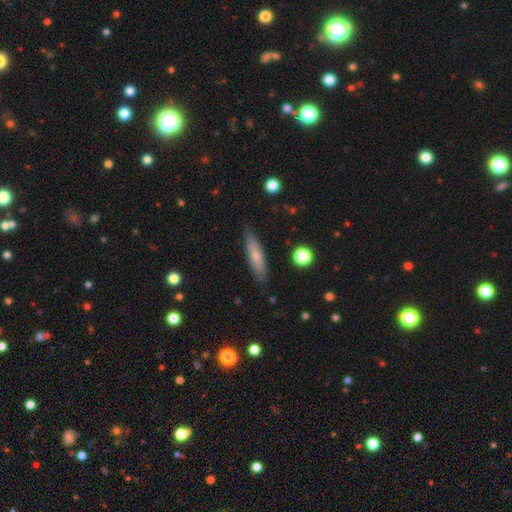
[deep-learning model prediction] smooth 68%, featured or disk 26%, star or artifact 6%. Down the decision tree: how rounded — cigar-shaped (79%); merging — none (85%).